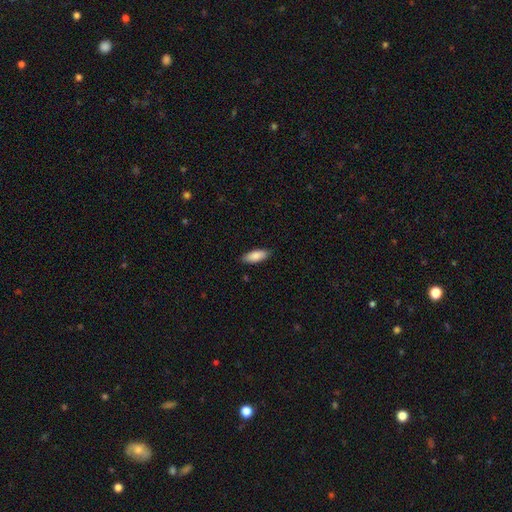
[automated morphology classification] smooth_or_featured: smooth (p=0.86) [alt: featured or disk p=0.08]
how_rounded: in between (p=0.78) [alt: cigar-shaped p=0.20]
merging: none (p=0.86) [alt: minor disturbance p=0.11]